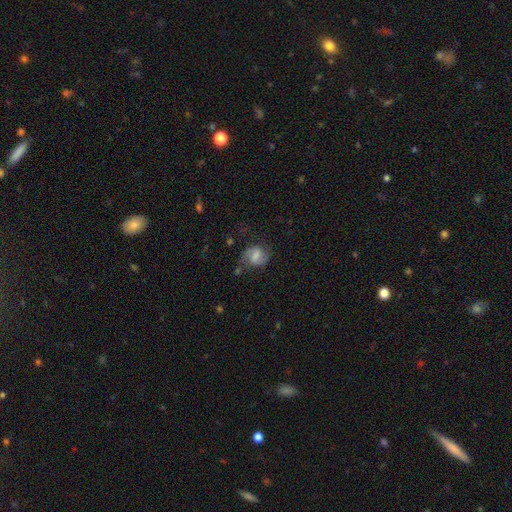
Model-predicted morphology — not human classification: This is likely a featured or disk galaxy (73%). It is clearly not viewed edge-on (98%). Bar: possibly weak (53%). Spiral arm pattern: clearly yes (94%). Spiral arm count: clearly 2 (89%). Spiral winding: possibly medium (52%). Central bulge: marginally small (32%). Merging: likely none (66%).